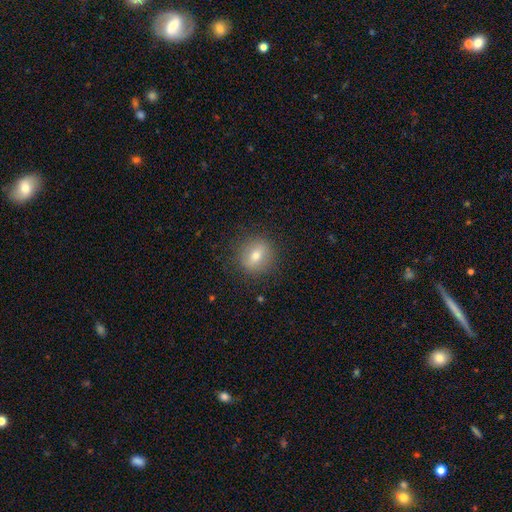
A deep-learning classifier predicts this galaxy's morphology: Smooth or featured: smooth — 61% (featured or disk — 28%)
How rounded: round — 82% (in between — 16%)
Merging: none — 87% (minor disturbance — 9%)